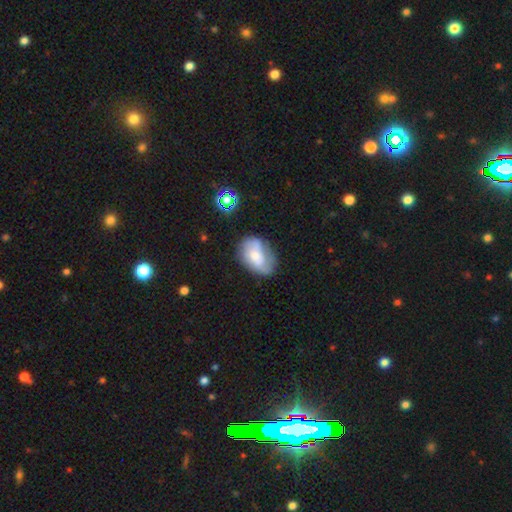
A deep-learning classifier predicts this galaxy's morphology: smooth_or_featured: smooth (p=0.50) [alt: featured or disk p=0.41]
how_rounded: in between (p=0.82) [alt: round p=0.16]
merging: none (p=0.53) [alt: minor disturbance p=0.30]